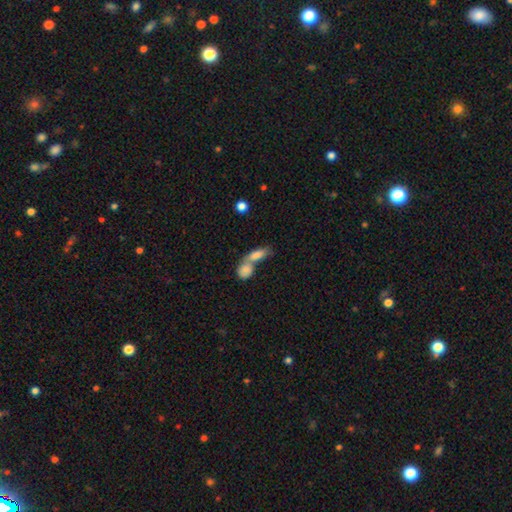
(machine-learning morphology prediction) A smooth galaxy with no disk features (75%) that is in between round and cigar-shaped (70%). Merging: merger (69%).